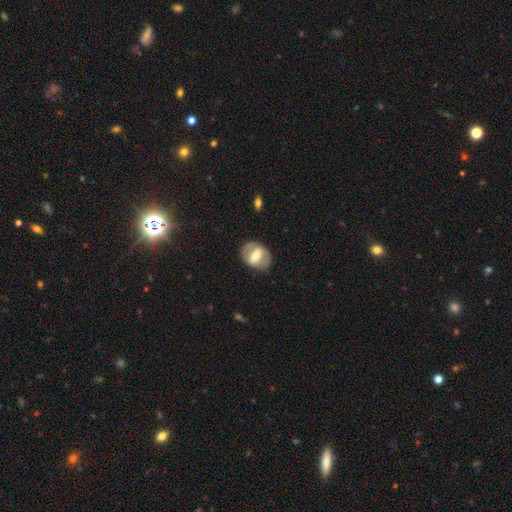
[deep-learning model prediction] The model was most divided on "smooth or featured": featured or disk: 53%, smooth: 40%, star or artifact: 7%. More confident: edge-on disk — no (91%); merging — none (80%).